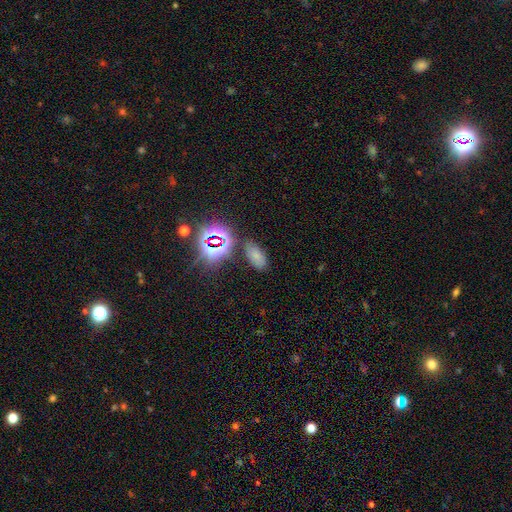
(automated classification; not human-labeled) Smooth or featured? smooth (63%)
How rounded? in between (90%)
Merging? none (78%)